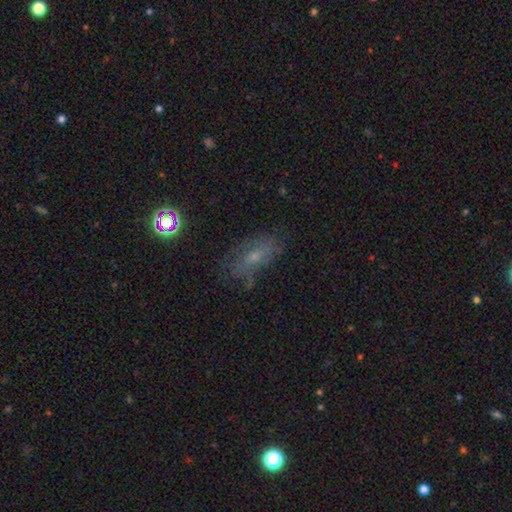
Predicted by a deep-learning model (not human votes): A smooth galaxy with no disk features (40%, tied with featured or disk). Merging: none (60%).